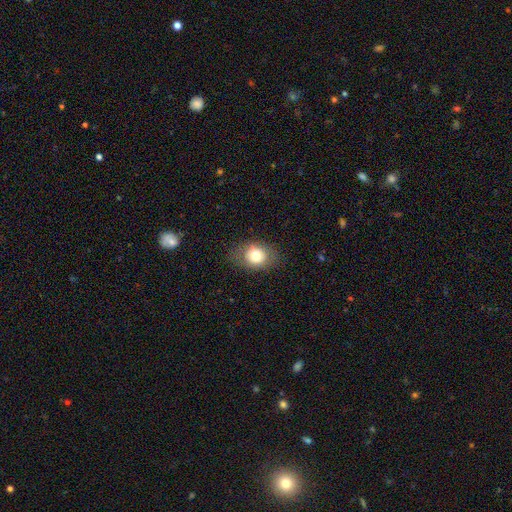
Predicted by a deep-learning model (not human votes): A smooth galaxy with no disk features (75%) that is in between round and cigar-shaped (55%).

Vote fractions:
- Smooth or featured? smooth: 75% / featured or disk: 16% / star or artifact: 10%
- How rounded? in between: 55% / round: 44% / cigar-shaped: 1%
- Merging? none: 78% / minor disturbance: 15% / major disturbance: 6% / merger: 1%